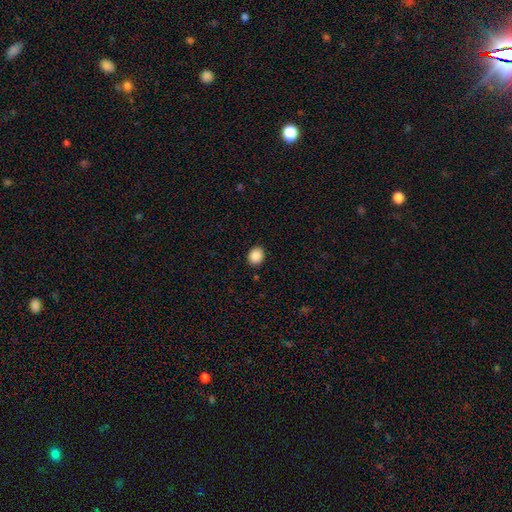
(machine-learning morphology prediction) A smooth galaxy with no disk features (89%) that is round (68%). Merging: none (91%).